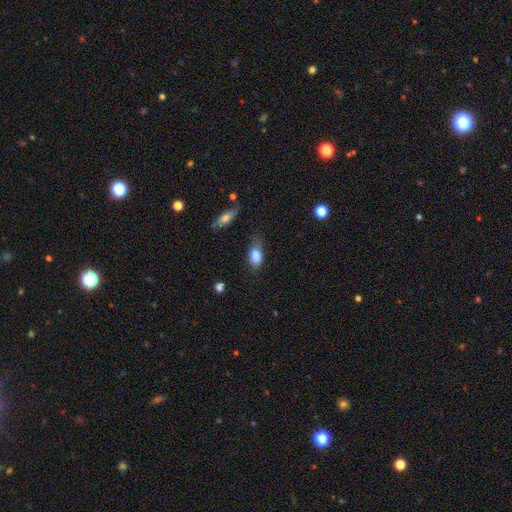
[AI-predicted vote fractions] Smooth or featured?
  - smooth: 84% *
  - featured or disk: 8%
  - star or artifact: 8%
How rounded?
  - in between: 87% *
  - round: 8%
  - cigar-shaped: 5%
Merging?
  - none: 46% *
  - minor disturbance: 37%
  - major disturbance: 14%
  - merger: 4%